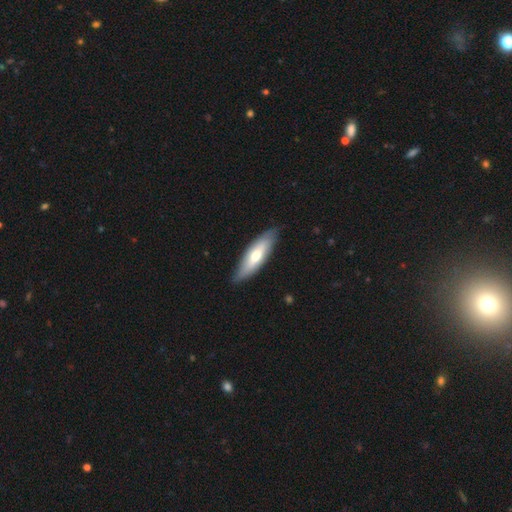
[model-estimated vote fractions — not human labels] smooth-or-featured: smooth: 58% | featured or disk: 37% | star or artifact: 5%
  how-rounded: in between: 50% | cigar-shaped: 48% | round: 2%
  merging: none: 83% | minor disturbance: 14% | major disturbance: 2% | merger: 1%